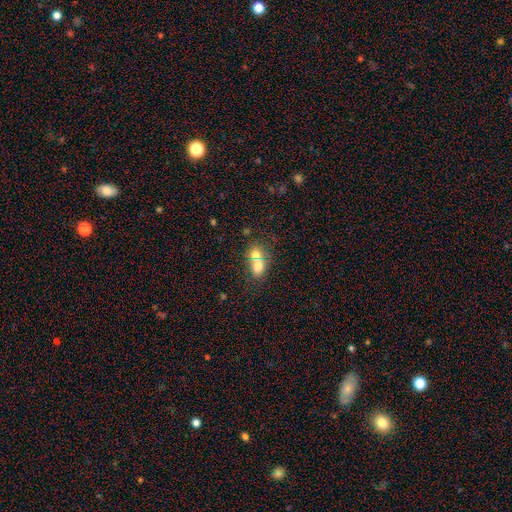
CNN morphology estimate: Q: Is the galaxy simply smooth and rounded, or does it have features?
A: smooth — 72%.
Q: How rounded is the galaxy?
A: in between — 59%.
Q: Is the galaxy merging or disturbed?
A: merger — 60%.